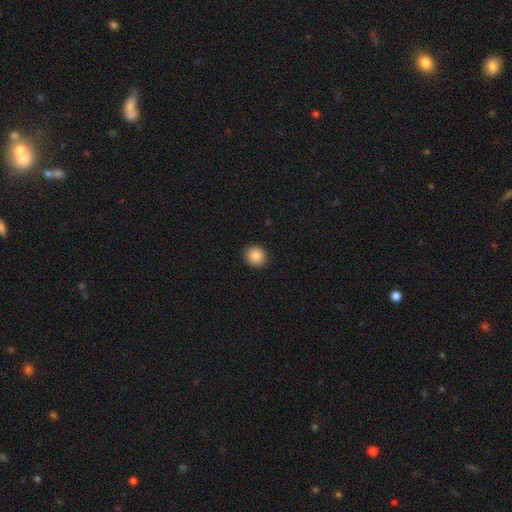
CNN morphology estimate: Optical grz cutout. It shows a smooth galaxy with no disk features (88%) that is round (84%). Merging: none (92%).